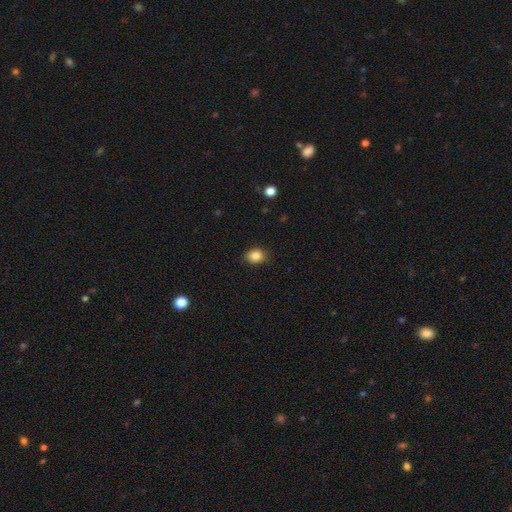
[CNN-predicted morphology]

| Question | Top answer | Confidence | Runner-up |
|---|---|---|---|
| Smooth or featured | smooth | 85% | star or artifact (10%) |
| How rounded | round | 52% | in between (47%) |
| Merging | none | 82% | minor disturbance (14%) |